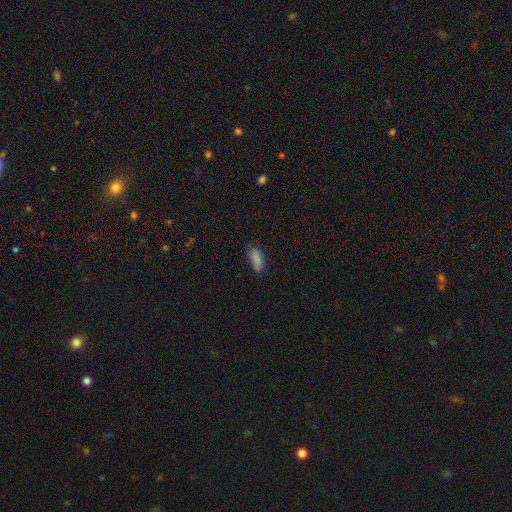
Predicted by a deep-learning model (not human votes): Overall: smooth (77%). How rounded: in between (77%). Merging: none (68%).